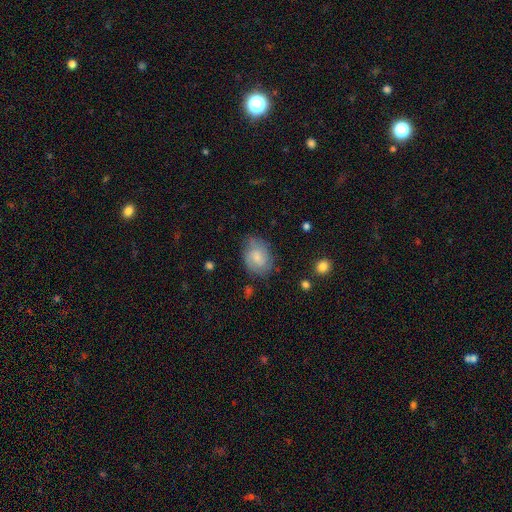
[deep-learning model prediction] smooth 54%, featured or disk 39%, star or artifact 8%. Down the decision tree: how rounded — in between (73%); merging — none (65%).